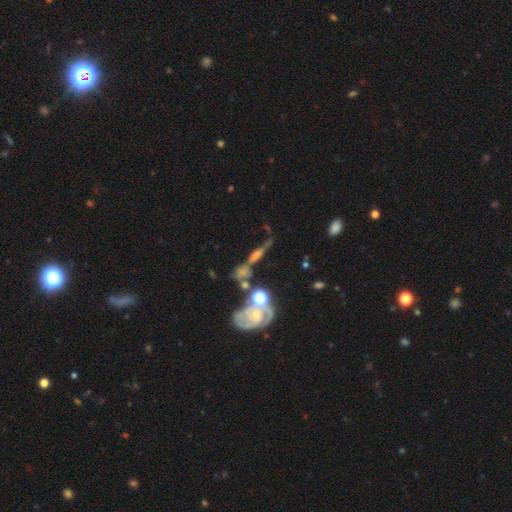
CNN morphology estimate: Smooth or featured: featured or disk — 58% (smooth — 24%)
Edge-on disk: no — 53% (yes — 47%)
Merging: none — 38% (merger — 30%)